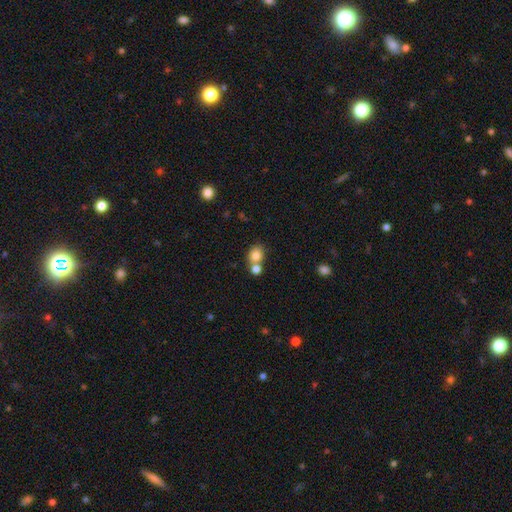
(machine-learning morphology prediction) Overall: smooth (81%). How rounded: round (60%; in between 39%). Merging: none (49%; merger 39%).